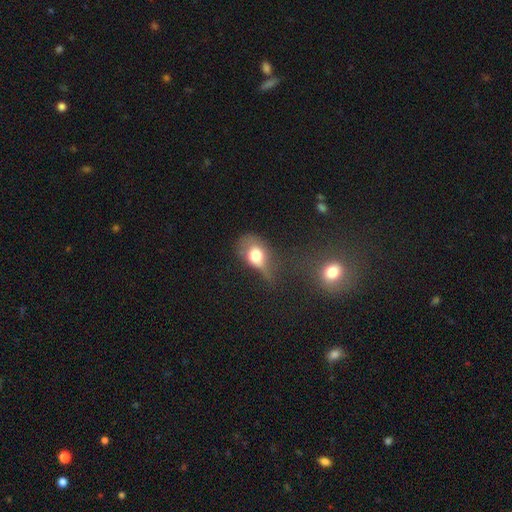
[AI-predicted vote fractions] Morphology: type=smooth (67%); roundness=in between (65%); merging=major disturbance (38%).